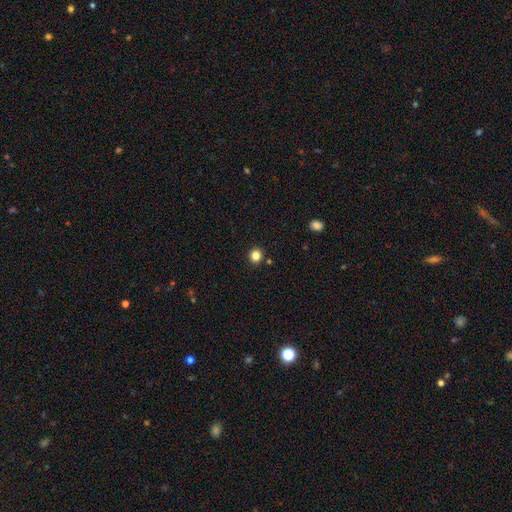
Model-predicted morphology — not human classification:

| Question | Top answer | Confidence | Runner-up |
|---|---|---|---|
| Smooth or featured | smooth | 83% | star or artifact (13%) |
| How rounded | round | 89% | in between (10%) |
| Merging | none | 91% | minor disturbance (5%) |